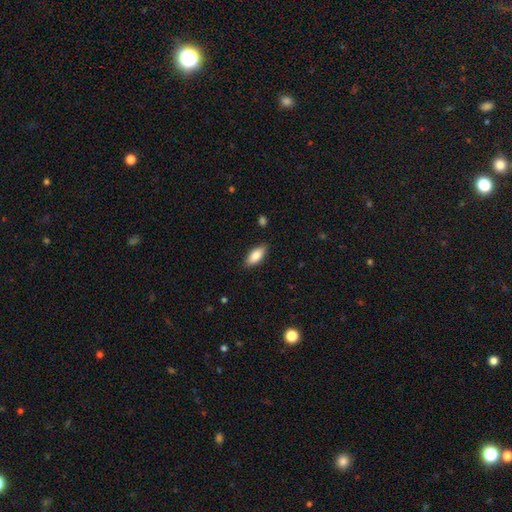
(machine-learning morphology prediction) smooth_or_featured: smooth (p=0.81) [alt: featured or disk p=0.12]
how_rounded: in between (p=0.85) [alt: cigar-shaped p=0.13]
merging: none (p=0.85) [alt: minor disturbance p=0.11]